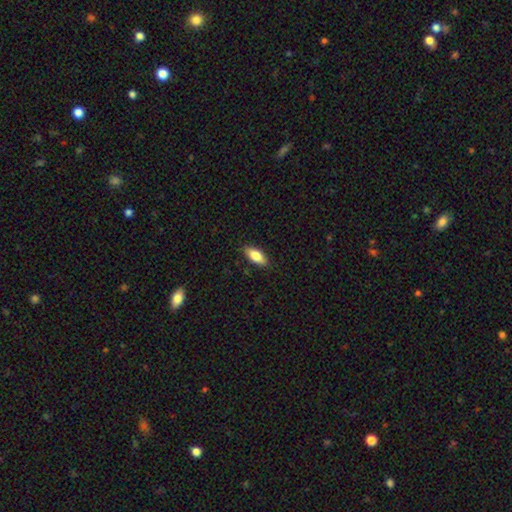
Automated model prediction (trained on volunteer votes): A smooth galaxy with no disk features (77%) that is in between round and cigar-shaped (80%). Merging: none (87%).